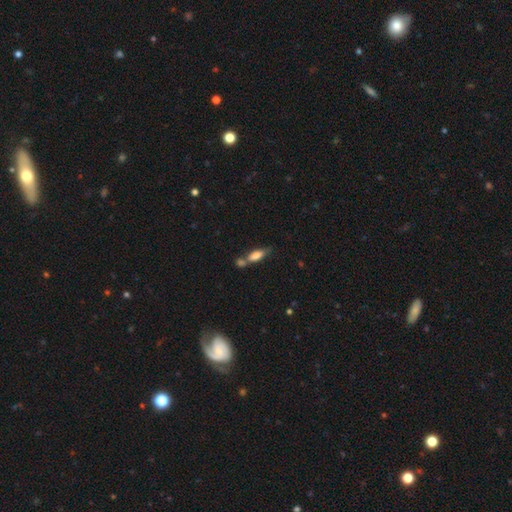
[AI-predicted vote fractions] smooth-or-featured: smooth: 74% | featured or disk: 18% | star or artifact: 8%
  how-rounded: in between: 66% | cigar-shaped: 31% | round: 3%
  merging: merger: 43% | none: 39% | minor disturbance: 13% | major disturbance: 5%